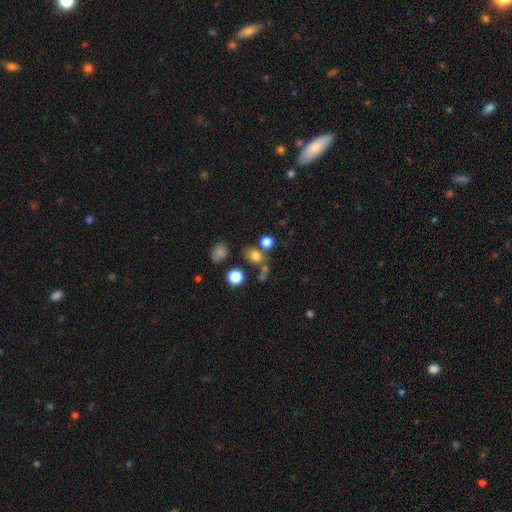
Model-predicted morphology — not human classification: This is likely a smooth galaxy (75%). How rounded: likely round (61%). Merging: likely none (61%).